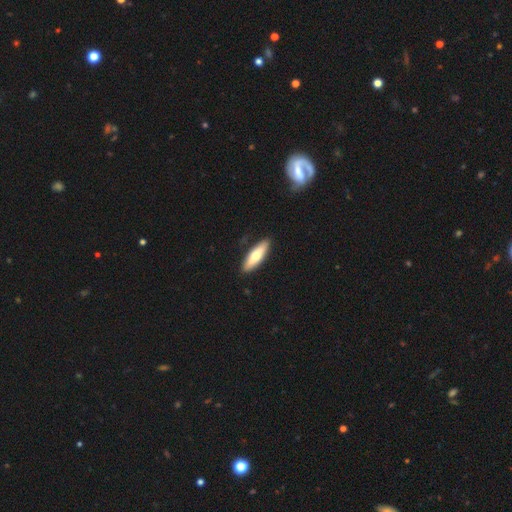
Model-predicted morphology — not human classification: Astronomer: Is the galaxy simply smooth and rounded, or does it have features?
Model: smooth — 66%.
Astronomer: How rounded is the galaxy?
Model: cigar-shaped — 60% (runner-up: in between, 38%).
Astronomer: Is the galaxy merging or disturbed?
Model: none — 88%.